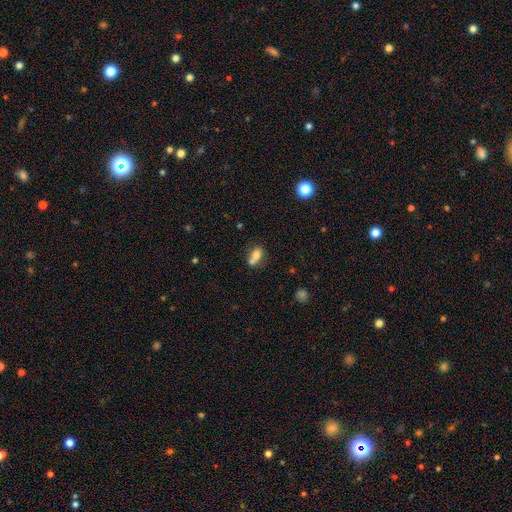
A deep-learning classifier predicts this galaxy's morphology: Smooth or featured: smooth — 74% (featured or disk — 16%)
How rounded: in between — 73% (round — 23%)
Merging: merger — 49% (none — 35%)